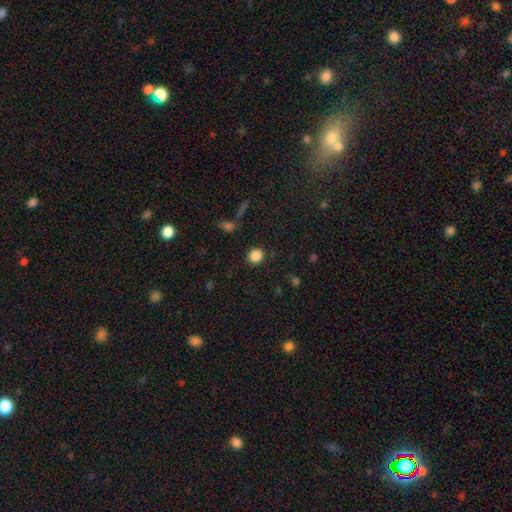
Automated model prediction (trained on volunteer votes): Morphology: type=smooth (86%); roundness=round (87%); merging=none (89%).